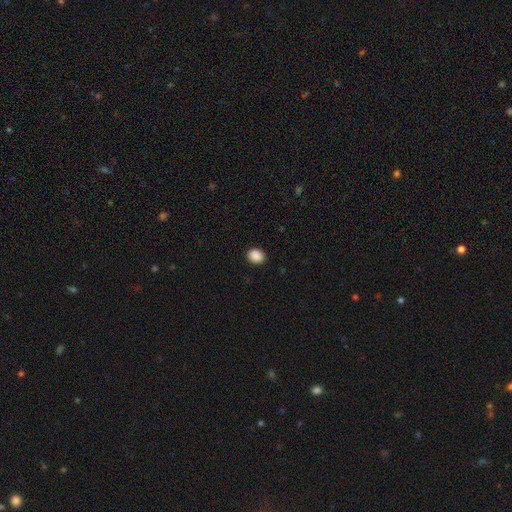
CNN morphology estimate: type=smooth (89%); roundness=round (59%); merging=none (92%).